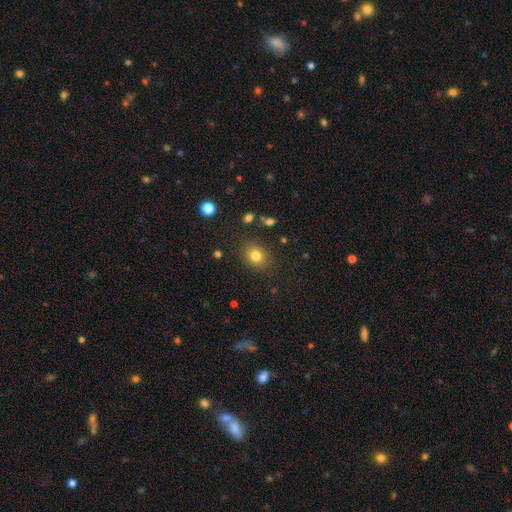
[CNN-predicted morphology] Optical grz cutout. It shows a smooth galaxy with no disk features (81%) that is round (58%). Merging: none (84%).